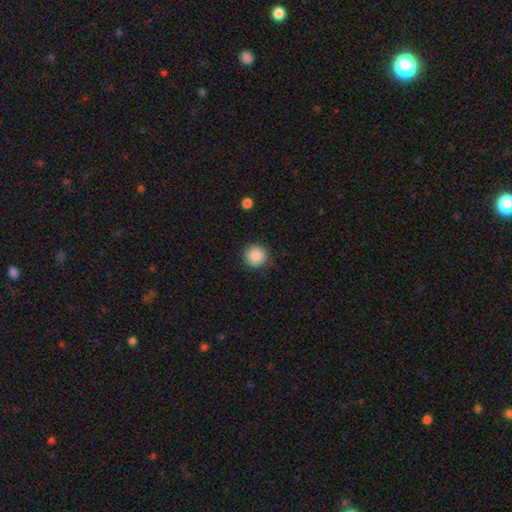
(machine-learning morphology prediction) A smooth galaxy with no disk features (89%) that is round (95%). Merging: none (90%).